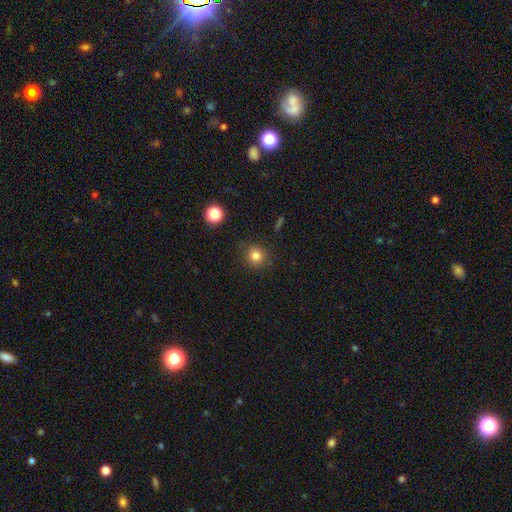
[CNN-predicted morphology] A smooth galaxy with no disk features (82%) that is round (90%).

Vote fractions:
- Smooth or featured? smooth: 82% / star or artifact: 13% / featured or disk: 6%
- How rounded? round: 90% / in between: 9% / cigar-shaped: 1%
- Merging? none: 87% / minor disturbance: 9% / major disturbance: 3% / merger: 2%